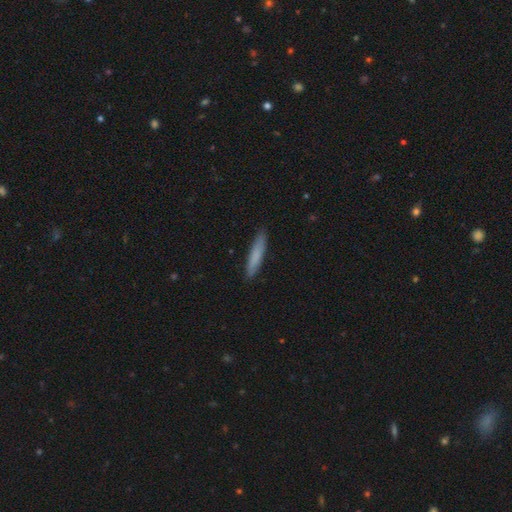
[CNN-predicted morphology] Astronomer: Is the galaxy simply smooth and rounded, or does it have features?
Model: smooth — 78%.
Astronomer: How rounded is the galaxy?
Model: cigar-shaped — 90%.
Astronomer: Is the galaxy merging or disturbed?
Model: none — 89%.